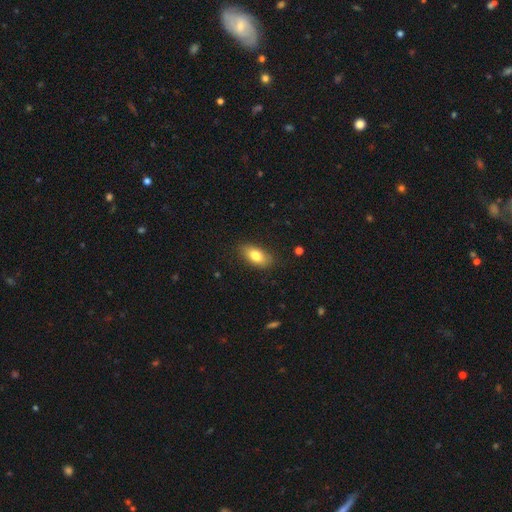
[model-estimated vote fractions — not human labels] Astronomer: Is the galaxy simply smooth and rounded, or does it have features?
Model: smooth — 81%.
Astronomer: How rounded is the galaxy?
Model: in between — 89%.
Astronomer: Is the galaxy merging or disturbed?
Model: none — 81%.